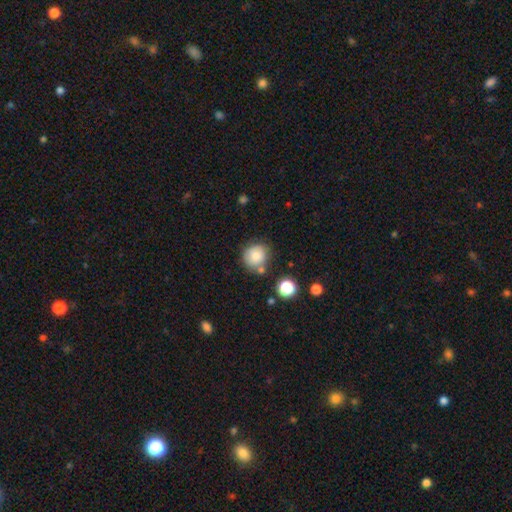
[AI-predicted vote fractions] smooth-or-featured: smooth: 82% | star or artifact: 10% | featured or disk: 8%
  how-rounded: round: 89% | in between: 11% | cigar-shaped: 1%
  merging: none: 69% | minor disturbance: 15% | merger: 11% | major disturbance: 4%